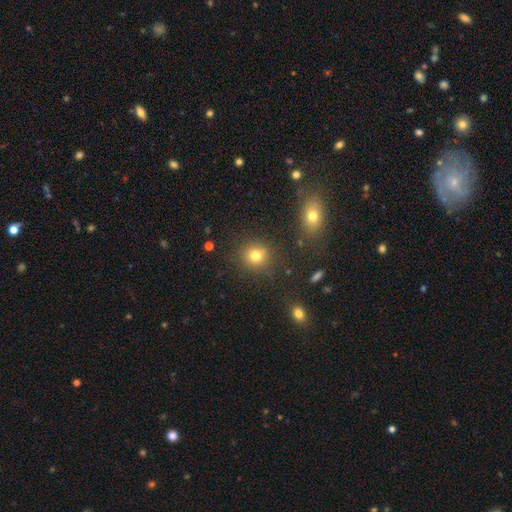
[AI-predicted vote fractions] A smooth galaxy with no disk features (76%) that is round (86%). Merging: none (83%).